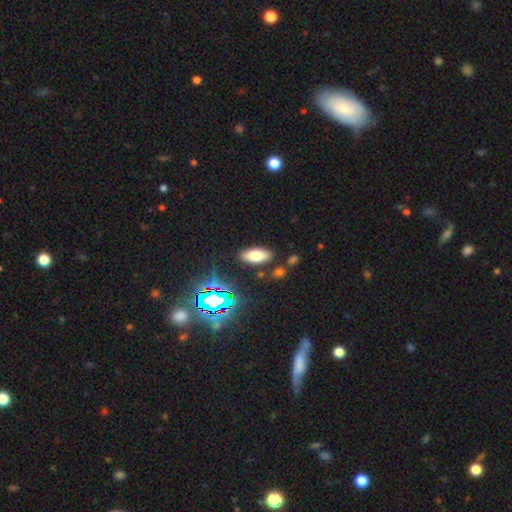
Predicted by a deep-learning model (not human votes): Smooth or featured? Predicted: smooth (p=0.66). How rounded? Predicted: in between (p=0.83). Merging? Predicted: none (p=0.85).